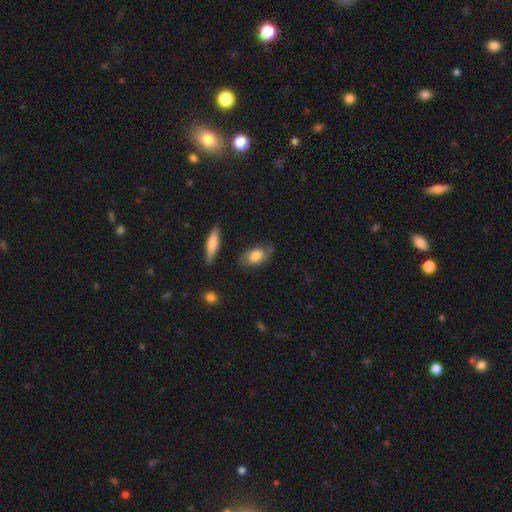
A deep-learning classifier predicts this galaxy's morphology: Smooth or featured?
  - smooth: 74% *
  - featured or disk: 19%
  - star or artifact: 7%
How rounded?
  - in between: 87% *
  - round: 8%
  - cigar-shaped: 5%
Merging?
  - none: 64% *
  - minor disturbance: 26%
  - major disturbance: 7%
  - merger: 3%